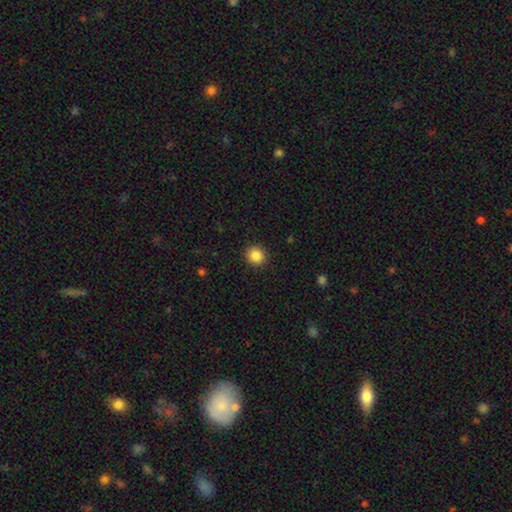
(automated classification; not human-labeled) smooth_or_featured: smooth (p=0.87) [alt: star or artifact p=0.10]
how_rounded: round (p=0.88) [alt: in between p=0.11]
merging: none (p=0.91) [alt: minor disturbance p=0.06]